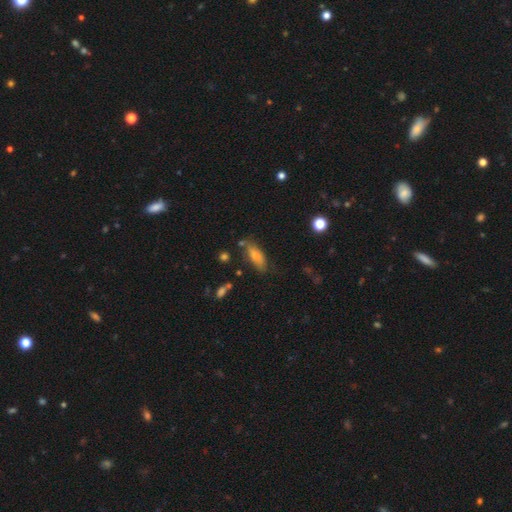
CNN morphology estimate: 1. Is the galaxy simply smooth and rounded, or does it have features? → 76% smooth, 16% featured or disk, 8% star or artifact.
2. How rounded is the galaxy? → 72% in between, 26% cigar-shaped, 2% round.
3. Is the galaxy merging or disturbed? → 65% none, 23% minor disturbance, 6% major disturbance, 6% merger.